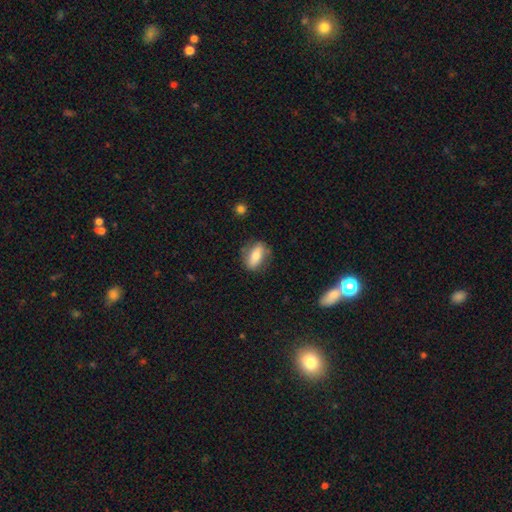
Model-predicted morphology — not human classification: Smooth or featured? smooth (63%)
How rounded? in between (80%)
Merging? none (74%)